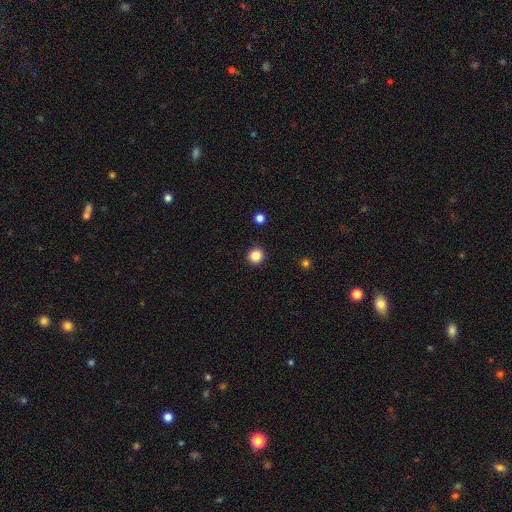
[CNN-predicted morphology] A smooth galaxy with no disk features (86%) that is round (94%). Merging: none (93%).